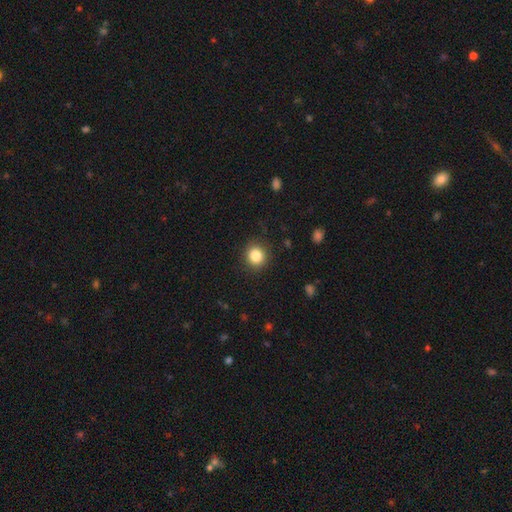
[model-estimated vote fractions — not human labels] Morphology: type=smooth (84%); roundness=round (89%); merging=none (90%).